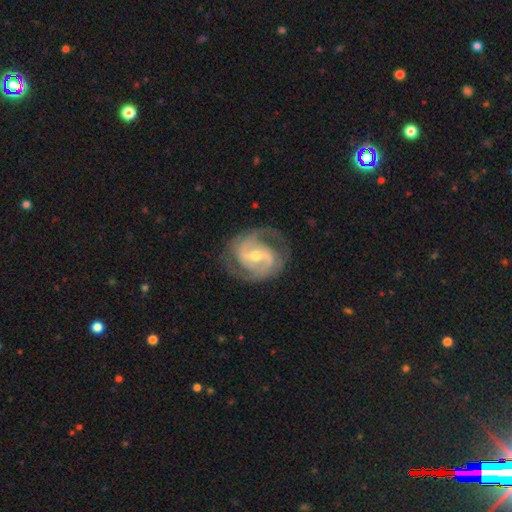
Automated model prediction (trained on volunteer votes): smooth-or-featured: featured or disk: 90% | smooth: 6% | star or artifact: 4%
  disk-edge-on: no: 98% | yes: 2%
    bar: weak: 47% | strong: 33% | no: 20%
    has-spiral-arms: yes: 97% | no: 3%
      spiral-winding: medium: 49% | tight: 41% | loose: 10%
      spiral-arm-count: 2: 80% | 3: 9% | can't tell: 6% | 1: 2% | 4: 2% | more than 4: 2%
    bulge-size: moderate: 58% | small: 38% | large: 2% | none: 1% | dominant: 1%
  merging: none: 76% | minor disturbance: 15% | major disturbance: 7% | merger: 1%